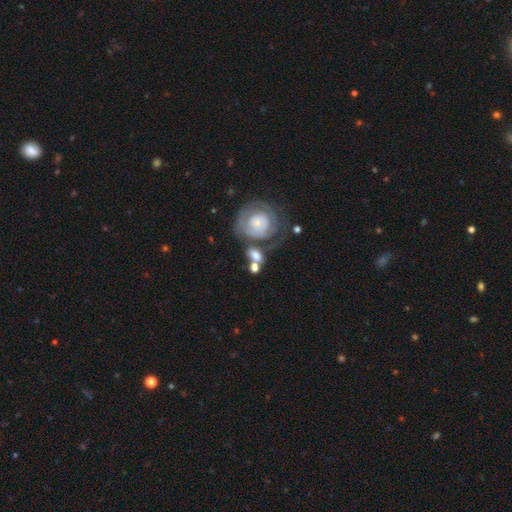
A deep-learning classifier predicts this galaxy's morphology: type=smooth (56%); roundness=round (50%); merging=none (41%).